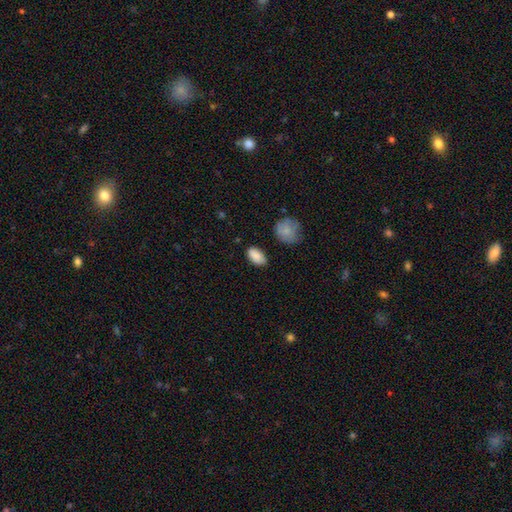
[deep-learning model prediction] Overall: smooth (88%). How rounded: in between (92%). Merging: none (79%).